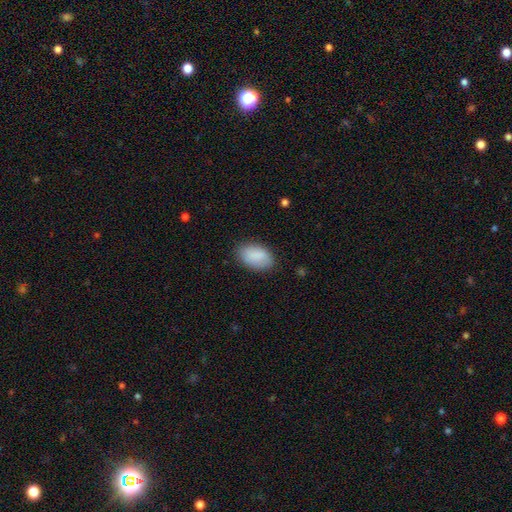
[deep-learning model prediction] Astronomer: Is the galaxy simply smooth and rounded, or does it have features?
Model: smooth — 87%.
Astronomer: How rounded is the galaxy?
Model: in between — 91%.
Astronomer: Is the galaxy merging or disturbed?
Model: none — 81%.